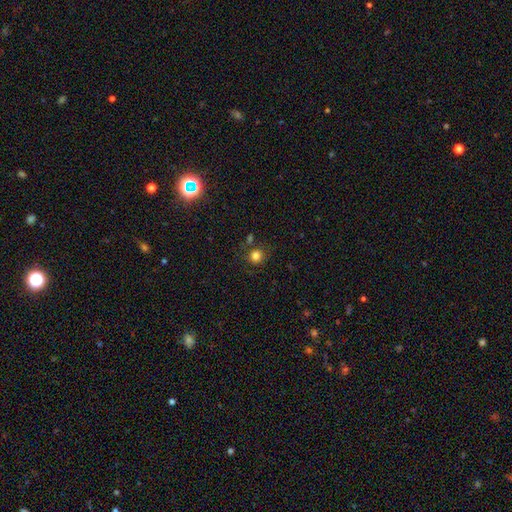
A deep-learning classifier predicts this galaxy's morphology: type=smooth (80%); roundness=round (89%); merging=none (78%).